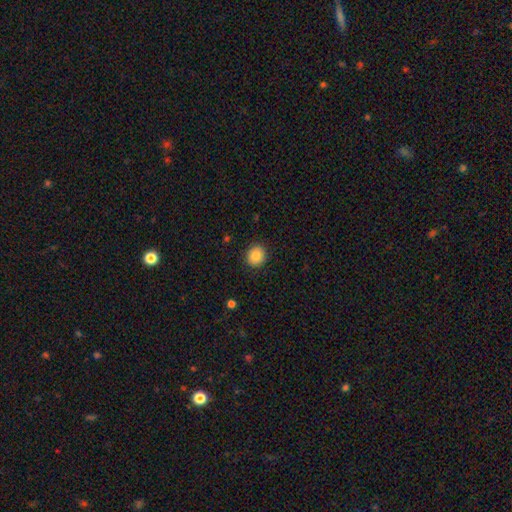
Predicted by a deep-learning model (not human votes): Smooth or featured? smooth (85%)
How rounded? round (77%)
Merging? none (90%)